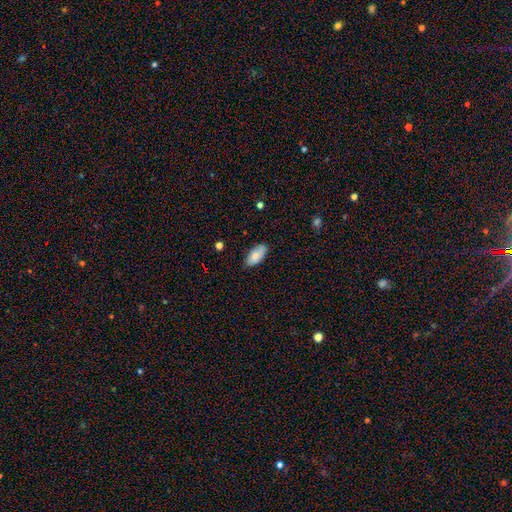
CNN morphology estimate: type=smooth (79%); roundness=in between (91%); merging=none (78%).